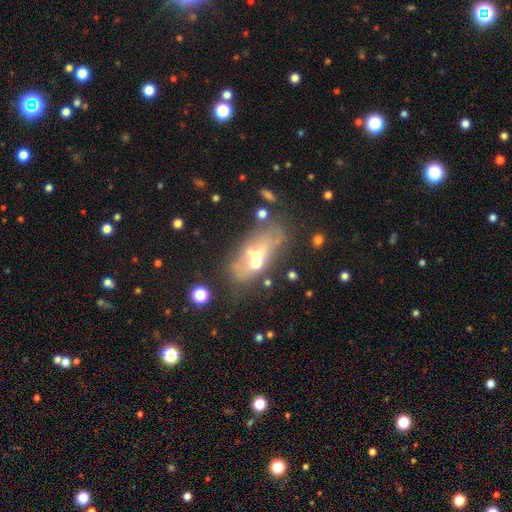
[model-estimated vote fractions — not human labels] Q: Smooth or featured?
A: featured or disk (45%); runner-up: smooth (38%)
Q: Merging?
A: none (47%); runner-up: merger (23%)